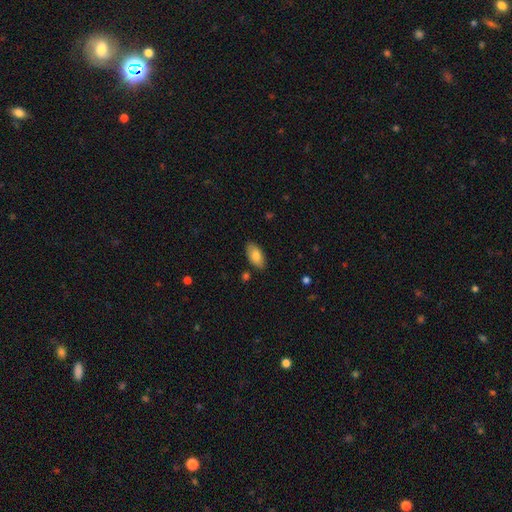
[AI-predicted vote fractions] Smooth or featured?
  - smooth: 81% *
  - featured or disk: 12%
  - star or artifact: 7%
How rounded?
  - in between: 93% *
  - cigar-shaped: 4%
  - round: 3%
Merging?
  - none: 86% *
  - minor disturbance: 11%
  - major disturbance: 2%
  - merger: 2%